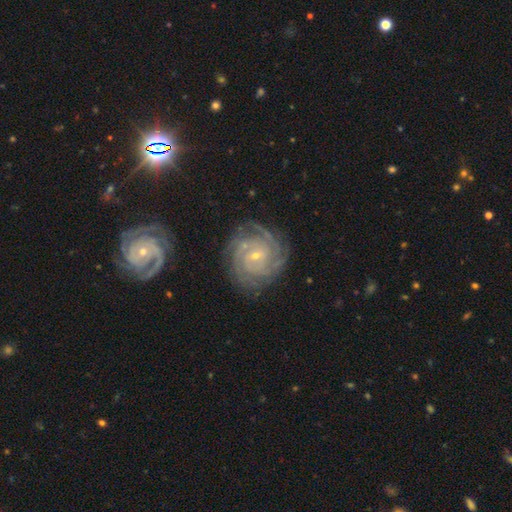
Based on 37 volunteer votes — This appears to be a featured or disk galaxy (97%) with no bar (66%), 4 (45%) tight (82%) spiral arms (94%) and a small central bulge (83%). Merging: none (86%).